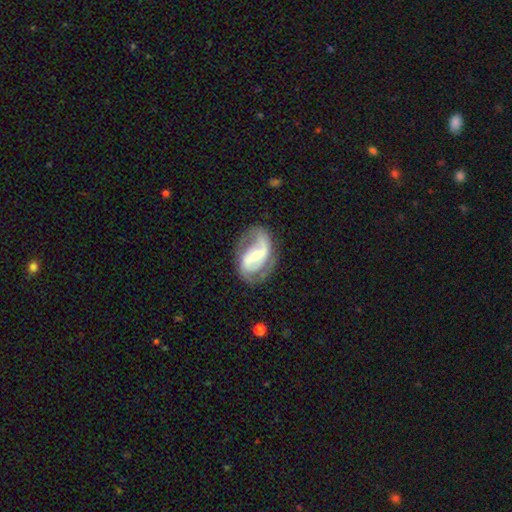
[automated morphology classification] Overall: featured or disk (84%). Edge-on disk: no (97%). Bar: strong (52%; weak 35%). Spiral arms: yes (91%). Spiral arm count: 2 (86%). Spiral winding: medium (50%; tight 27%). Bulge size: moderate (42%; small 40%). Merging: none (69%).